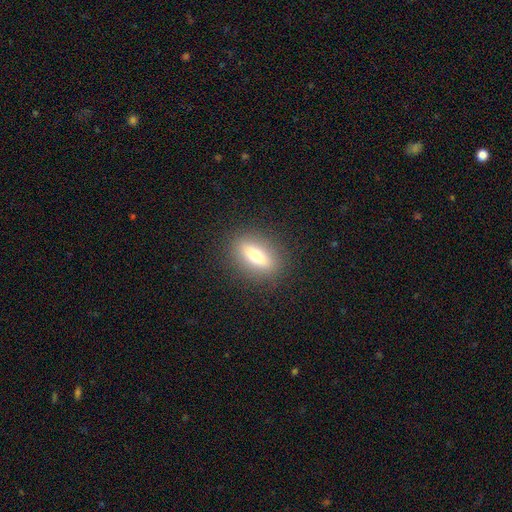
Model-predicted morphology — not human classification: smooth 56%, featured or disk 35%, star or artifact 9%. Down the decision tree: how rounded — in between (61%); merging — none (87%).